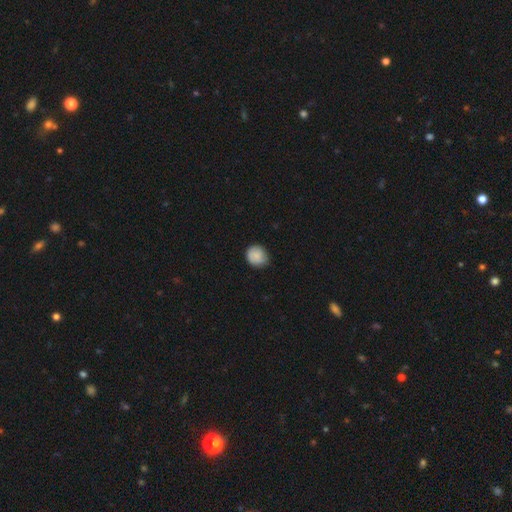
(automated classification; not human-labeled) The model was most divided on "merging": none: 75%, minor disturbance: 21%, major disturbance: 3%, merger: 1%. More confident: smooth or featured — smooth (85%); how rounded — round (82%).